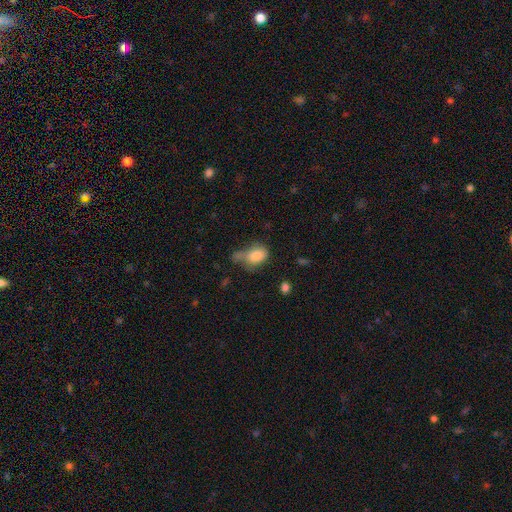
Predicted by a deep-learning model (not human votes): This is likely a smooth galaxy (79%). How rounded: likely in between (77%). Merging: marginally none (30%).